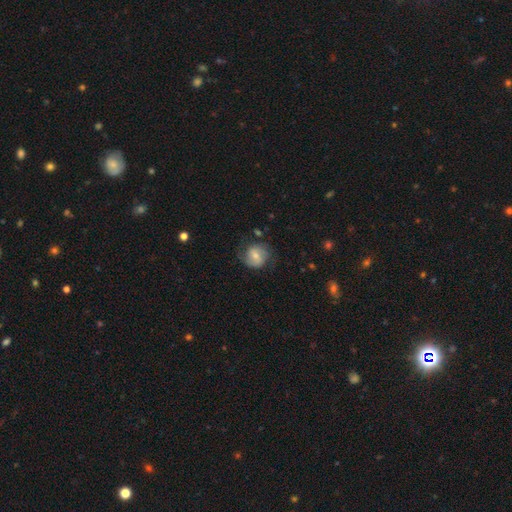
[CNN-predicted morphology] Q: Smooth or featured?
A: featured or disk (55%); runner-up: smooth (38%)
Q: Edge-on disk?
A: no (97%); runner-up: yes (3%)
Q: Bar?
A: weak (44%); runner-up: no (43%)
Q: Spiral arms?
A: yes (84%); runner-up: no (16%)
Q: Bulge size?
A: small (48%); runner-up: moderate (44%)
Q: Merging?
A: none (65%); runner-up: minor disturbance (21%)